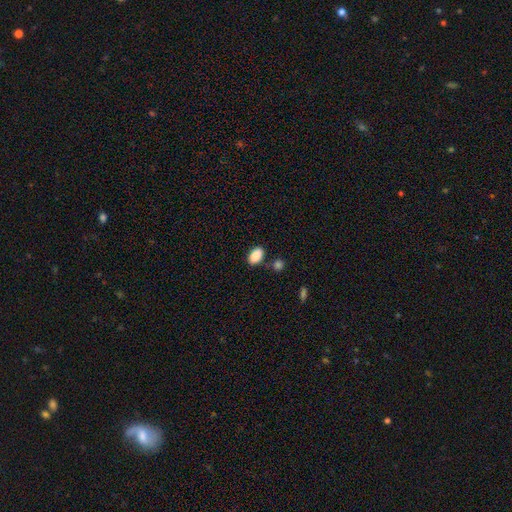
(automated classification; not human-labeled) smooth_or_featured: smooth (p=0.88) [alt: star or artifact p=0.08]
how_rounded: in between (p=0.90) [alt: round p=0.09]
merging: none (p=0.76) [alt: minor disturbance p=0.12]